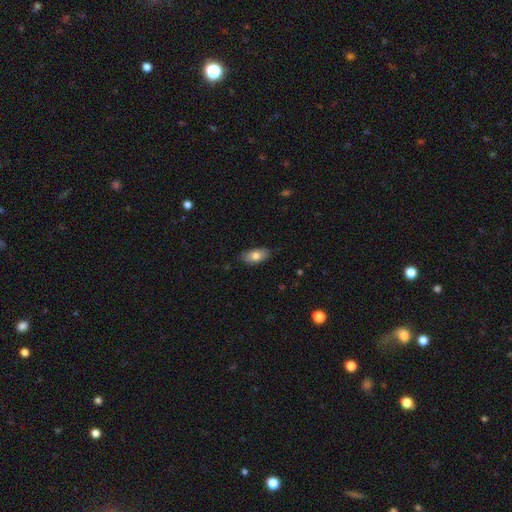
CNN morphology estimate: This appears to be a smooth galaxy with no disk features (78%) that is in between round and cigar-shaped (92%). Merging: none (86%).